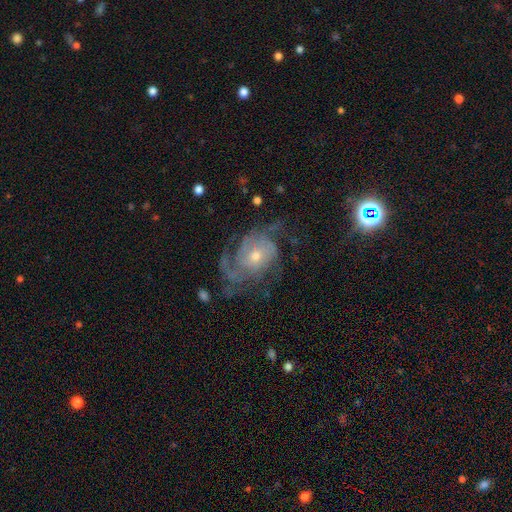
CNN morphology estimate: Smooth or featured? featured or disk (84%)
Edge-on disk? no (97%)
Bar? no (74%)
Spiral arms? yes (94%)
Spiral winding? tight (44%)
Spiral arm count? can't tell (28%)
Bulge size? small (48%)
Merging? none (55%)